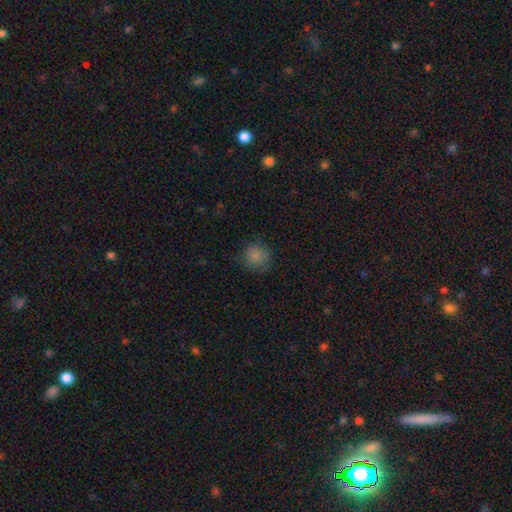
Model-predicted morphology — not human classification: This appears to be a smooth galaxy with no disk features (83%) that is round (90%). Merging: none (81%).